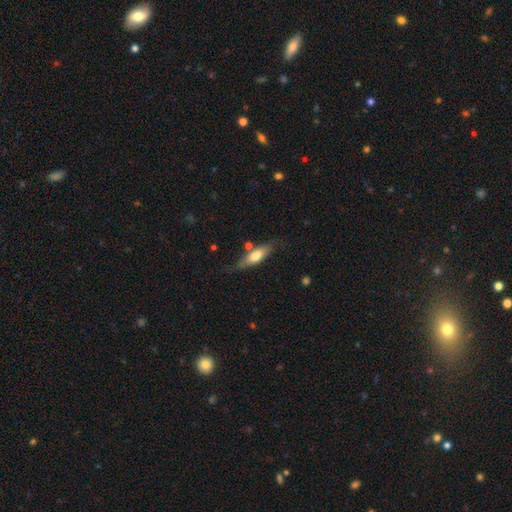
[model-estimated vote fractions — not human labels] Smooth or featured: smooth — 59% (featured or disk — 35%)
How rounded: cigar-shaped — 49% (in between — 48%)
Merging: none — 65% (minor disturbance — 21%)